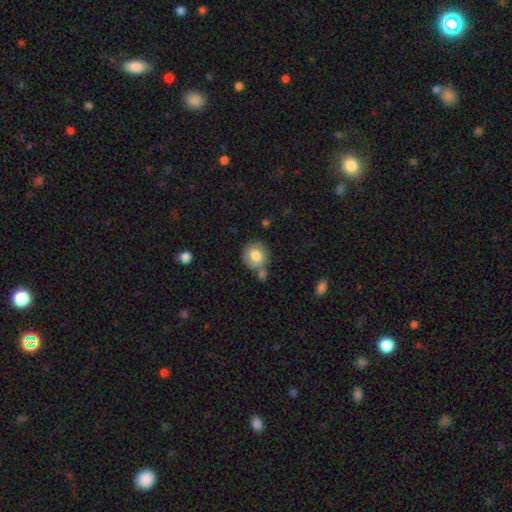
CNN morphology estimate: A smooth galaxy with no disk features (74%) that is round (79%).

Vote fractions:
- Smooth or featured? smooth: 74% / featured or disk: 19% / star or artifact: 7%
- How rounded? round: 79% / in between: 20% / cigar-shaped: 1%
- Merging? none: 60% / minor disturbance: 18% / merger: 17% / major disturbance: 6%